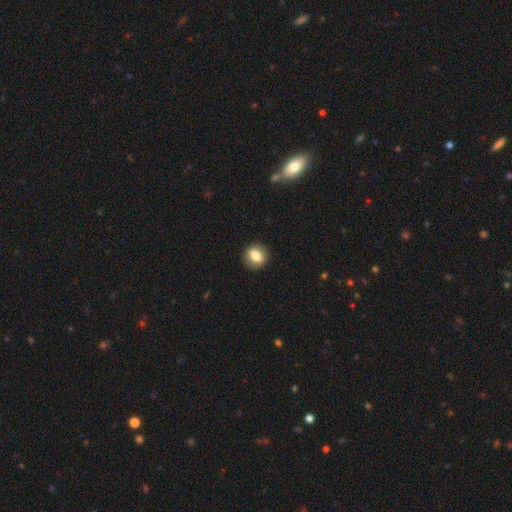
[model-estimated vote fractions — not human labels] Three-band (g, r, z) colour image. It shows a smooth galaxy with no disk features (76%) that is round (76%). Merging: none (90%).